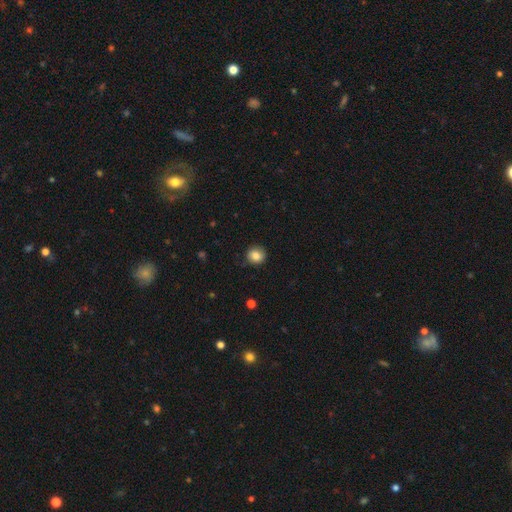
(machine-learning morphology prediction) smooth_or_featured: smooth (p=0.83) [alt: star or artifact p=0.09]
how_rounded: round (p=0.86) [alt: in between p=0.13]
merging: none (p=0.81) [alt: minor disturbance p=0.14]